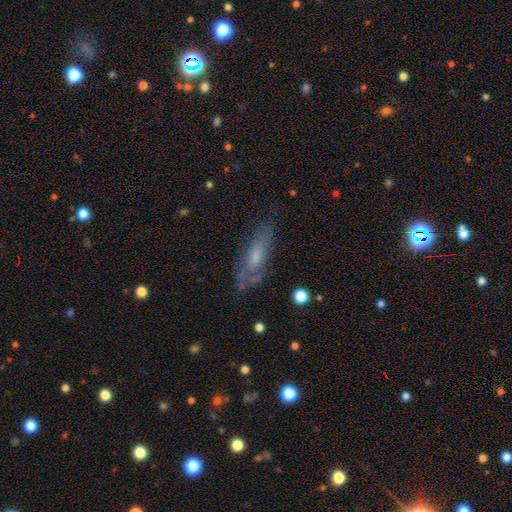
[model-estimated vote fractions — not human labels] featured or disk 51%, smooth 41%, star or artifact 9%. Down the decision tree: edge-on disk — no (71%); merging — none (63%).